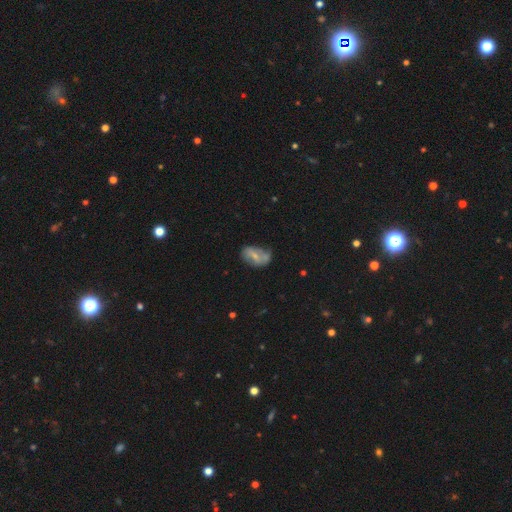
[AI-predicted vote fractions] Smooth or featured? Predicted: featured or disk (p=0.46). Merging? Predicted: none (p=0.42).